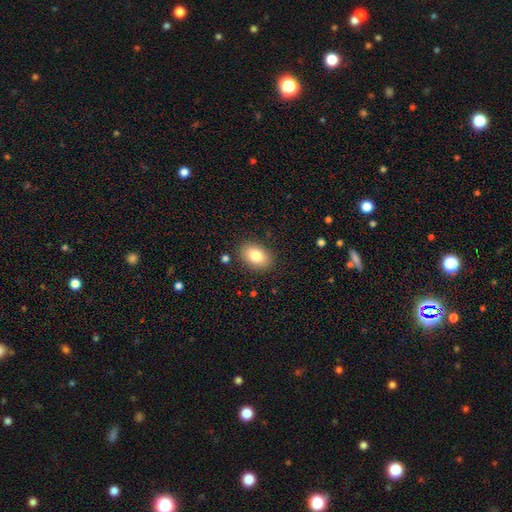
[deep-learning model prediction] Smooth or featured? Predicted: smooth (p=0.81). How rounded? Predicted: in between (p=0.84). Merging? Predicted: none (p=0.86).